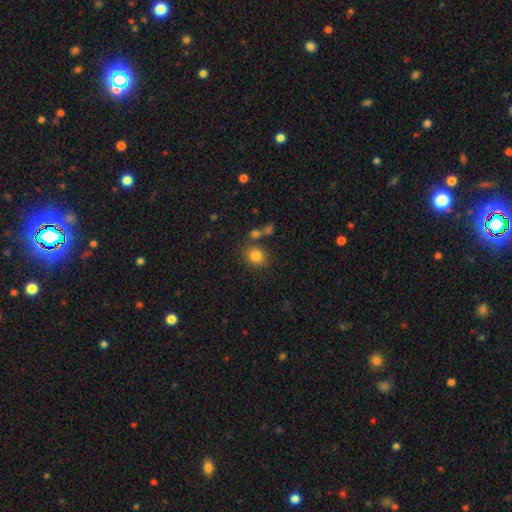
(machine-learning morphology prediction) smooth 82%, star or artifact 11%, featured or disk 7%. Down the decision tree: how rounded — round (73%); merging — none (74%).